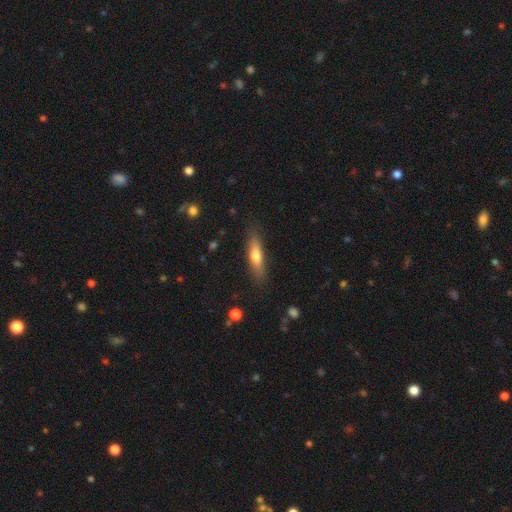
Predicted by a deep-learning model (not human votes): Smooth or featured: smooth — 64% (featured or disk — 30%)
How rounded: cigar-shaped — 69% (in between — 29%)
Merging: none — 83% (minor disturbance — 13%)